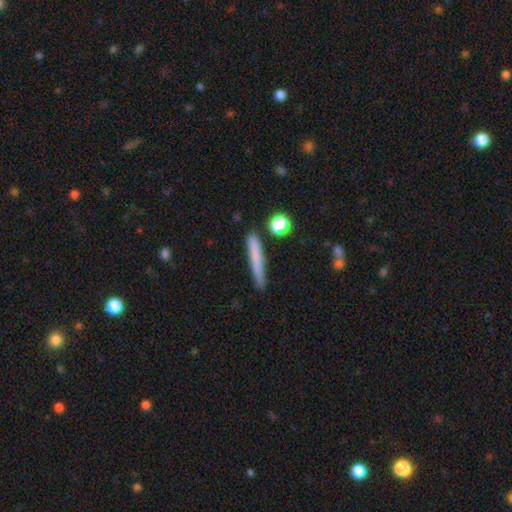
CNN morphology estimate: Smooth or featured?
  - smooth: 72% *
  - featured or disk: 21%
  - star or artifact: 7%
How rounded?
  - cigar-shaped: 95% *
  - in between: 3%
  - round: 2%
Merging?
  - none: 83% *
  - minor disturbance: 12%
  - merger: 3%
  - major disturbance: 3%